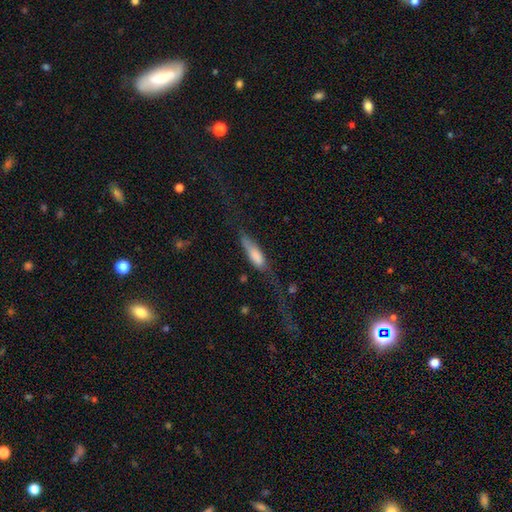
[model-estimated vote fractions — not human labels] The model was most divided on "how rounded": cigar-shaped: 51%, in between: 46%, round: 3%. Remaining: smooth or featured — smooth (73%); merging — major disturbance (42%).